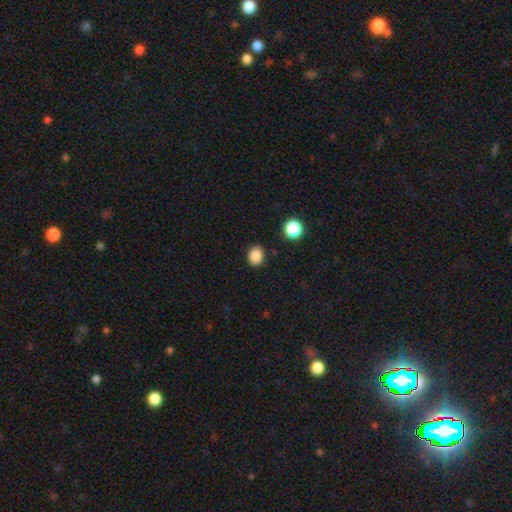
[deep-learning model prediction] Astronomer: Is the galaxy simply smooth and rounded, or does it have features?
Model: smooth — 86%.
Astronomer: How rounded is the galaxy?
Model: in between — 50% (runner-up: round, 49%).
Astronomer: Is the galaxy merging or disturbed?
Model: none — 87%.